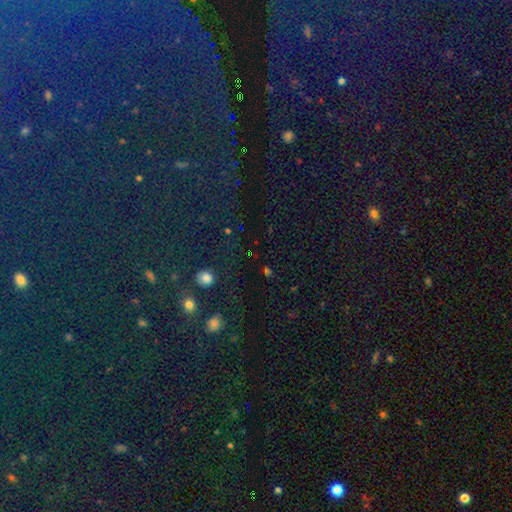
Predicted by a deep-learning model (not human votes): star or artifact 56%, smooth 36%, featured or disk 8%.